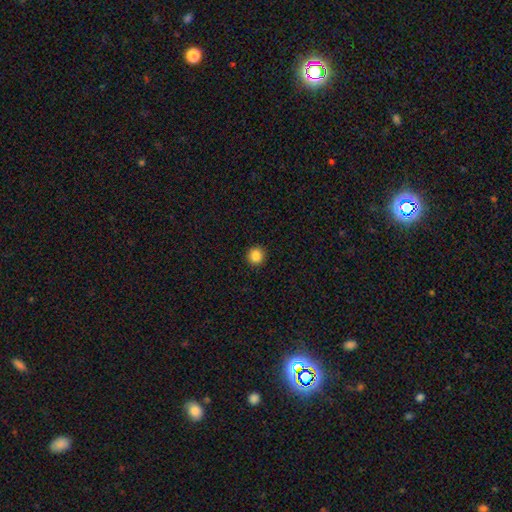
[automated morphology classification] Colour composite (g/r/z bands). It shows a smooth galaxy with no disk features (86%) that is round (94%). Merging: none (93%).